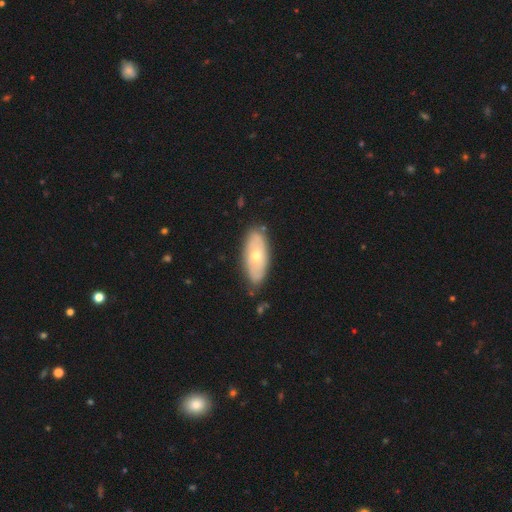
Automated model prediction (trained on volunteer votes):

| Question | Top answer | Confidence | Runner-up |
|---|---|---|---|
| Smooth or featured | featured or disk | 50% | smooth (44%) |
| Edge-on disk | no | 81% | yes (19%) |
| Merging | none | 80% | minor disturbance (15%) |